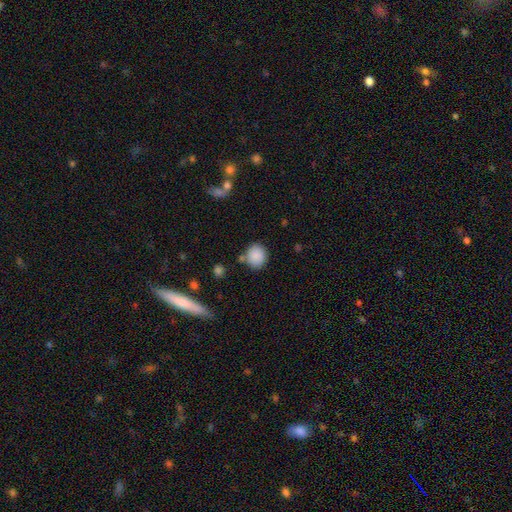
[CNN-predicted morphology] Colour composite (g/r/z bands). It shows a smooth galaxy with no disk features (88%) that is round (78%). Merging: none (76%).